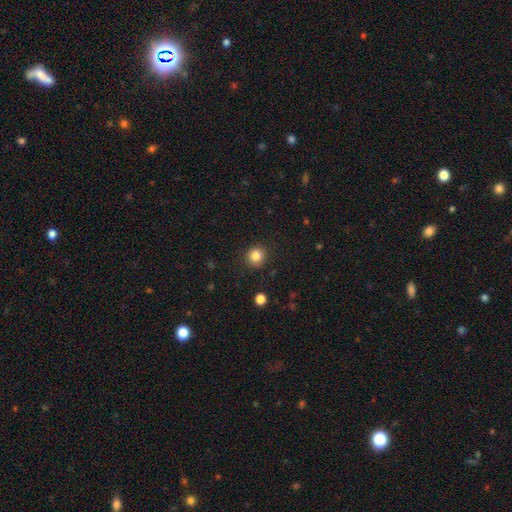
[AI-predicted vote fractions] smooth_or_featured: smooth (p=0.84) [alt: star or artifact p=0.11]
how_rounded: round (p=0.92) [alt: in between p=0.07]
merging: none (p=0.89) [alt: minor disturbance p=0.07]